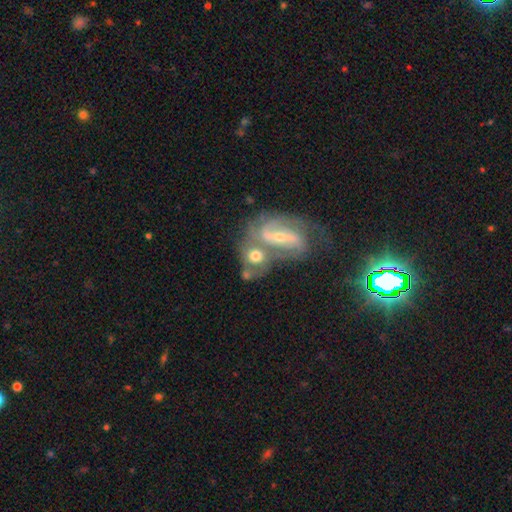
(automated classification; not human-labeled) Morphology: type=featured or disk (59%); edge-on=no (95%); bar=weak (38%); spiral arms=yes (78%); bulge=moderate (48%); merging=merger (56%).